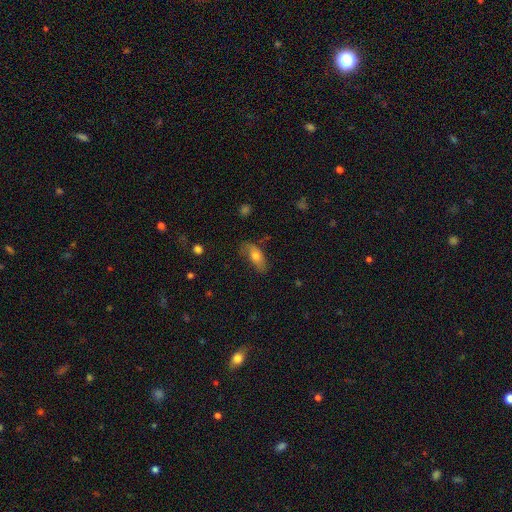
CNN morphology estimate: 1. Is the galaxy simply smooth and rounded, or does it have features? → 70% smooth, 22% featured or disk, 8% star or artifact.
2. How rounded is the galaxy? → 82% in between, 14% cigar-shaped, 4% round.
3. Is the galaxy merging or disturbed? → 65% none, 25% minor disturbance, 7% major disturbance, 2% merger.